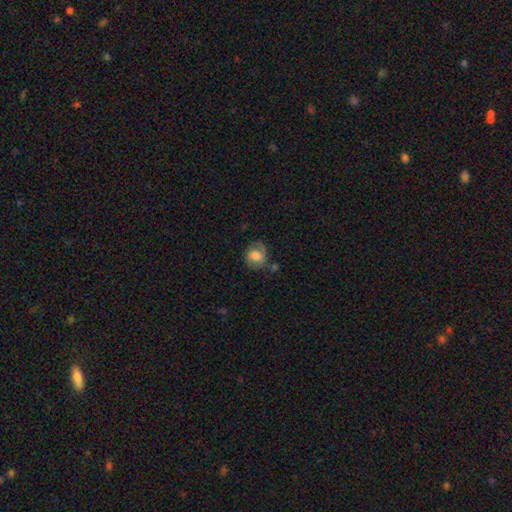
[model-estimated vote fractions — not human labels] smooth_or_featured: smooth (p=0.54) [alt: featured or disk p=0.38]
how_rounded: round (p=0.66) [alt: in between p=0.33]
merging: none (p=0.58) [alt: minor disturbance p=0.25]